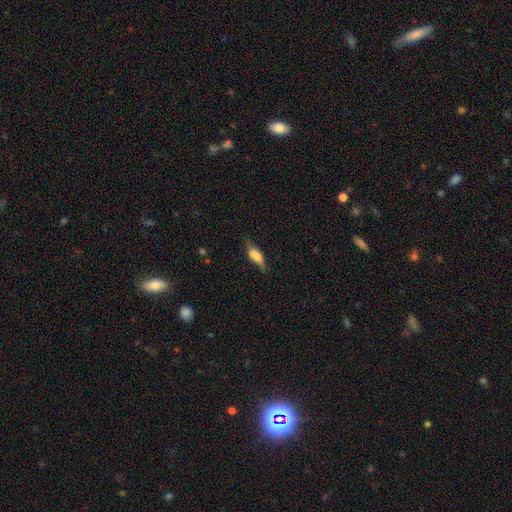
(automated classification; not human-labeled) smooth-or-featured: smooth: 55% | featured or disk: 37% | star or artifact: 8%
  how-rounded: in between: 55% | cigar-shaped: 41% | round: 3%
  merging: none: 65% | minor disturbance: 24% | major disturbance: 9% | merger: 3%